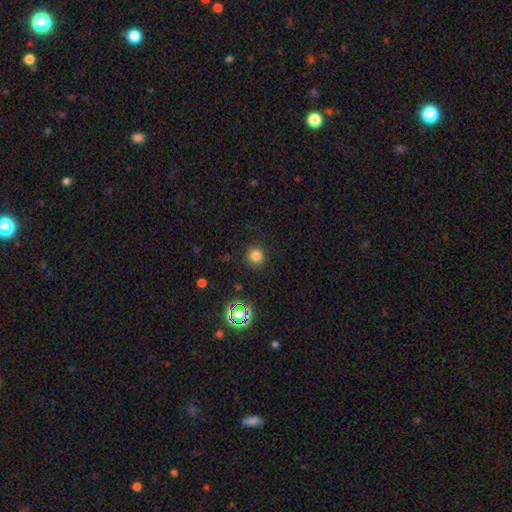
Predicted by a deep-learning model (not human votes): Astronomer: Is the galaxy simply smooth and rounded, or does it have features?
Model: smooth — 79%.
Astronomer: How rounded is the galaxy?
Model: round — 93%.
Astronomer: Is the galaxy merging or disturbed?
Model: none — 88%.